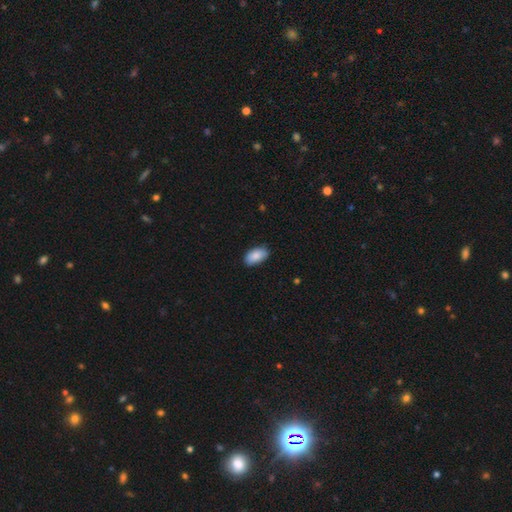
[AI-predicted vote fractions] This is clearly a smooth galaxy (86%). How rounded: clearly in between (95%). Merging: clearly none (81%).